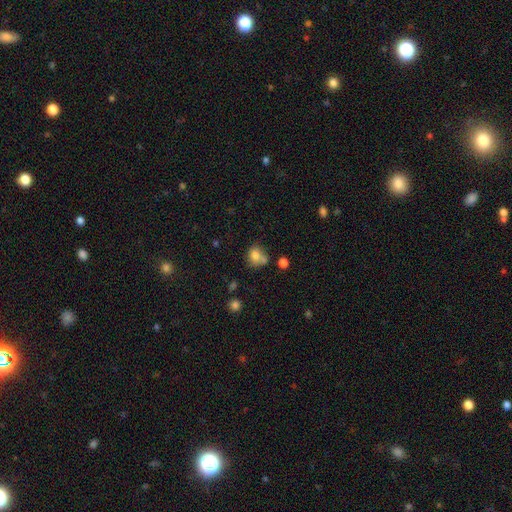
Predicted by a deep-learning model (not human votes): This is likely a smooth galaxy (77%). How rounded: possibly round (59%). Merging: marginally none (42%).